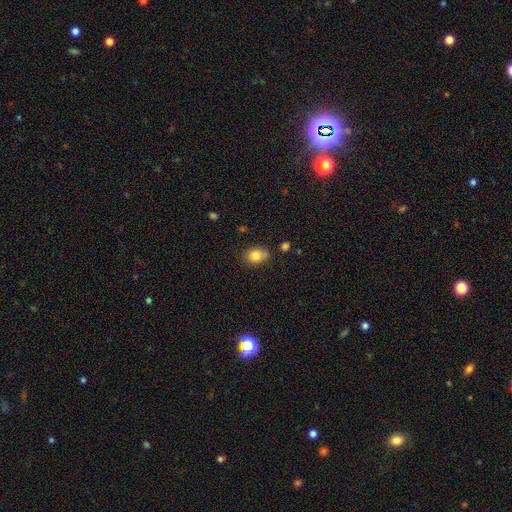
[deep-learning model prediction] This is clearly a smooth galaxy (82%). How rounded: likely in between (61%). Merging: likely none (67%).